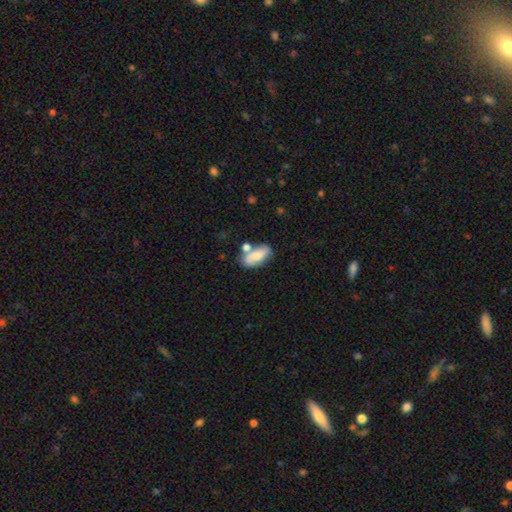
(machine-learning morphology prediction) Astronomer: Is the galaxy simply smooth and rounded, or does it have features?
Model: smooth — 58% (runner-up: featured or disk, 34%).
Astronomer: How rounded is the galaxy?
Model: in between — 87%.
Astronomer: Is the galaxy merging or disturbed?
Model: none — 48% (runner-up: merger, 25%).